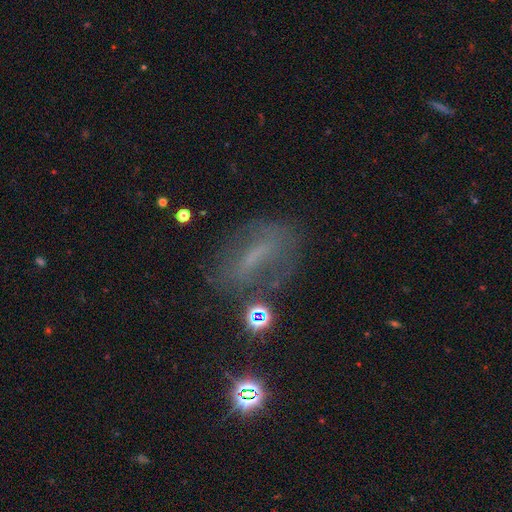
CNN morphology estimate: The model was most divided on "smooth or featured": featured or disk: 48%, smooth: 31%, star or artifact: 21%. More confident: merging — none (57%).